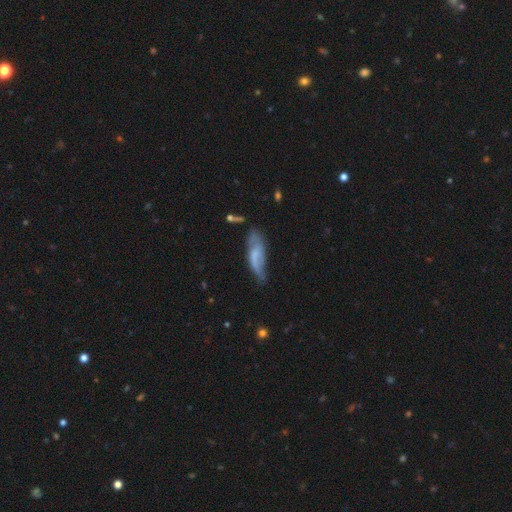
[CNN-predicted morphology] This appears to be a smooth galaxy with no disk features (48%). Merging: none (44%).